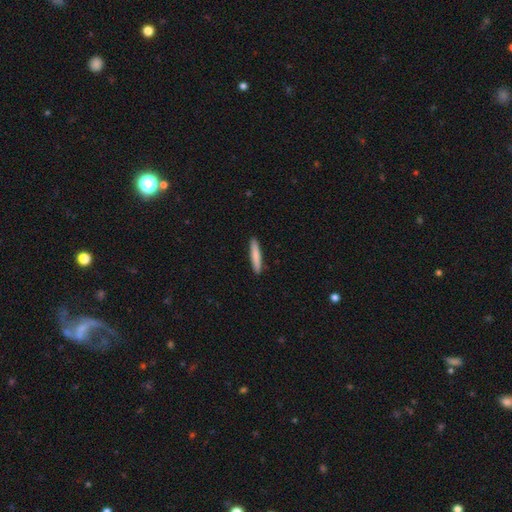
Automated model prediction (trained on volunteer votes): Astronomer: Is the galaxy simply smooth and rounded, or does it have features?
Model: smooth — 81%.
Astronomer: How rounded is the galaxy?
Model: cigar-shaped — 93%.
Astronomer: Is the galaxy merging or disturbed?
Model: none — 92%.